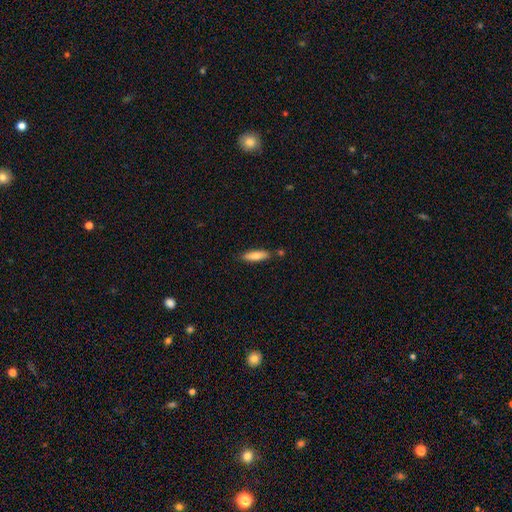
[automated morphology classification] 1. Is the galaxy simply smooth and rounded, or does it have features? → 75% smooth, 19% featured or disk, 6% star or artifact.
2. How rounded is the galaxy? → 63% cigar-shaped, 35% in between, 2% round.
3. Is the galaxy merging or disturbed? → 81% none, 12% minor disturbance, 5% merger, 2% major disturbance.